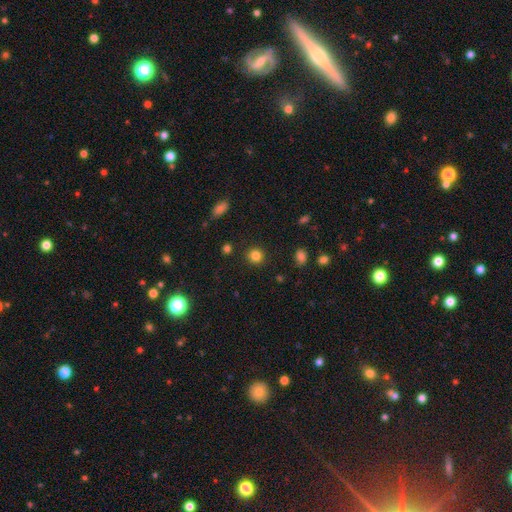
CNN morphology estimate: Q: Smooth or featured?
A: smooth (83%); runner-up: star or artifact (13%)
Q: How rounded?
A: round (91%); runner-up: in between (8%)
Q: Merging?
A: none (91%); runner-up: minor disturbance (6%)